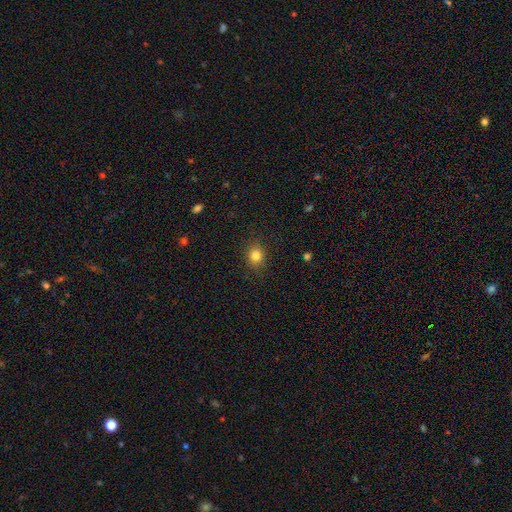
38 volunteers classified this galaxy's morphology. Overall: smooth (95%). How rounded: round (72%). Merging: none (92%).